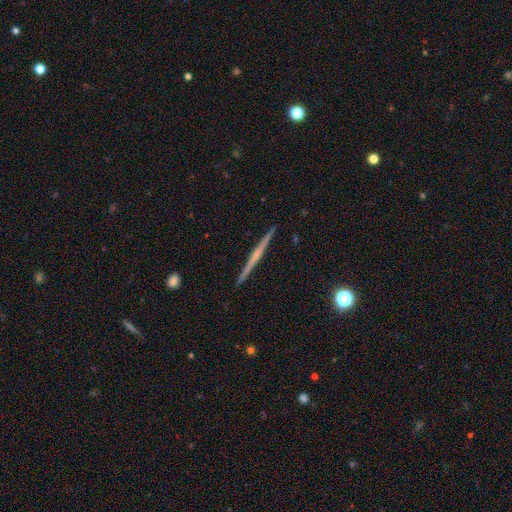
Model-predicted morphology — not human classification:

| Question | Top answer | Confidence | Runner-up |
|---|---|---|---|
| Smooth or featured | featured or disk | 75% | smooth (19%) |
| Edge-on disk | yes | 99% | no (1%) |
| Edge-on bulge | rounded | 50% | none (41%) |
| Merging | none | 93% | minor disturbance (5%) |